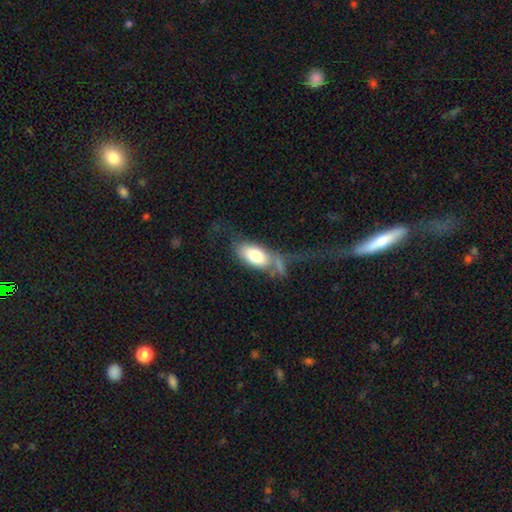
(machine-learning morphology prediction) smooth_or_featured: smooth (p=0.71) [alt: featured or disk p=0.22]
how_rounded: in between (p=0.91) [alt: cigar-shaped p=0.05]
merging: major disturbance (p=0.34) [alt: none p=0.31]